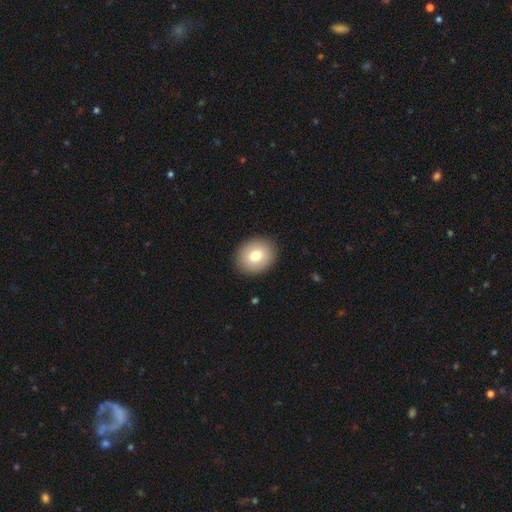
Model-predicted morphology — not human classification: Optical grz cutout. It shows a smooth galaxy with no disk features (77%) that is round (59%). Merging: none (90%).